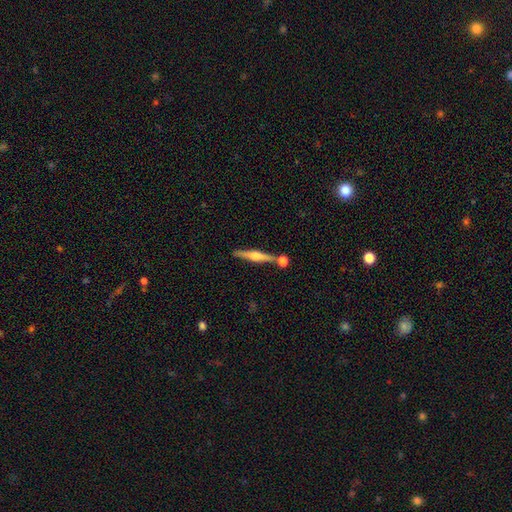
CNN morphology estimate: featured or disk 67%, smooth 27%, star or artifact 6%. Down the decision tree: edge-on disk — yes (97%); edge-on bulge — rounded (85%); merging — none (78%).